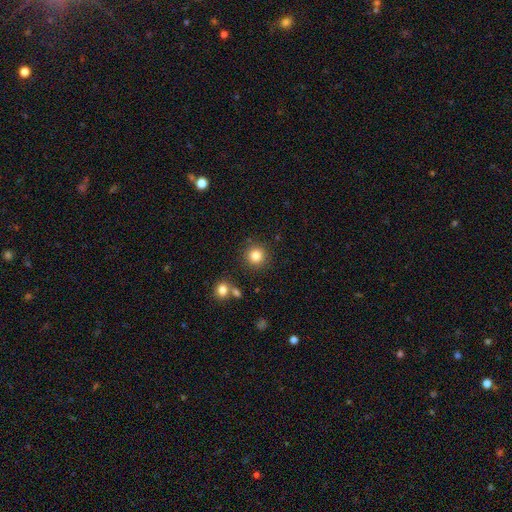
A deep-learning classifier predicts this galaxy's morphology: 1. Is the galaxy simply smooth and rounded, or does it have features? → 83% smooth, 11% star or artifact, 6% featured or disk.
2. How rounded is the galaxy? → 93% round, 6% in between, 1% cigar-shaped.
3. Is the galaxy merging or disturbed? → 86% none, 7% minor disturbance, 4% merger, 3% major disturbance.